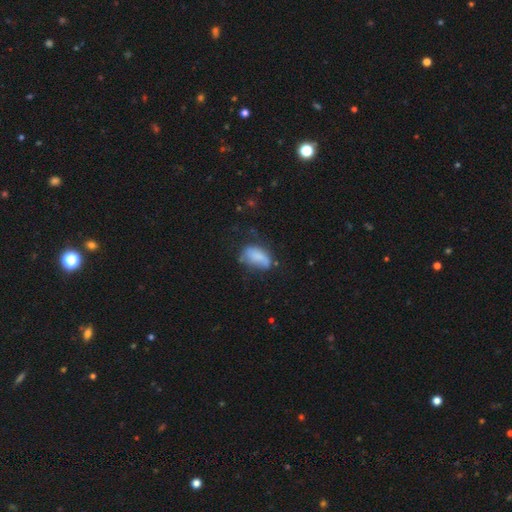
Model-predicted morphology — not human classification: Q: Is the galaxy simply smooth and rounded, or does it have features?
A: smooth — 73%.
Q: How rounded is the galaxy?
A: in between — 90%.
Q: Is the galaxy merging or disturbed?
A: none — 40%.